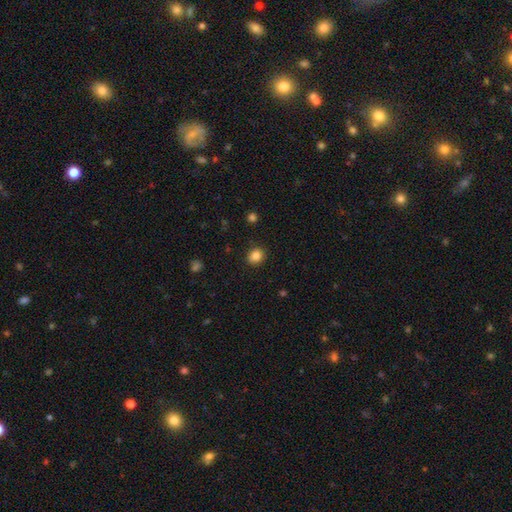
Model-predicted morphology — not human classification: The model was most divided on "how rounded": round: 63%, in between: 36%, cigar-shaped: 1%. More confident: merging — none (88%); smooth or featured — smooth (86%).